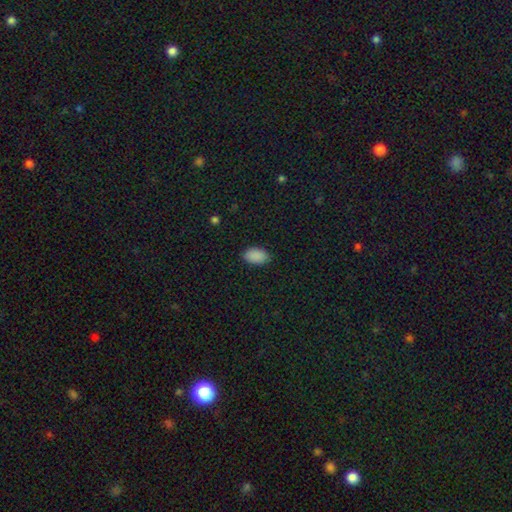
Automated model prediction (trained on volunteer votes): Smooth or featured? Predicted: smooth (p=0.90). How rounded? Predicted: in between (p=0.92). Merging? Predicted: none (p=0.87).